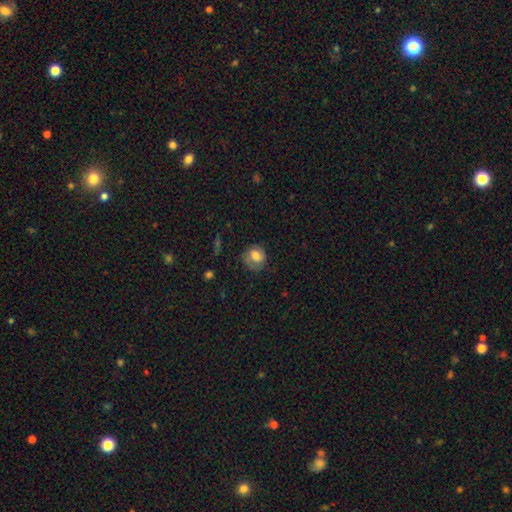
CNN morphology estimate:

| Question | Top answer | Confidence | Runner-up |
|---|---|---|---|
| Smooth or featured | smooth | 75% | featured or disk (17%) |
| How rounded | round | 74% | in between (25%) |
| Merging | none | 65% | minor disturbance (24%) |